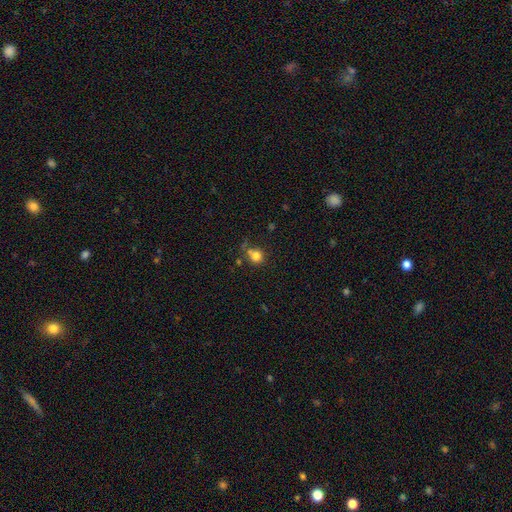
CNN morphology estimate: Smooth or featured? Predicted: smooth (p=0.80). How rounded? Predicted: round (p=0.81). Merging? Predicted: none (p=0.57).